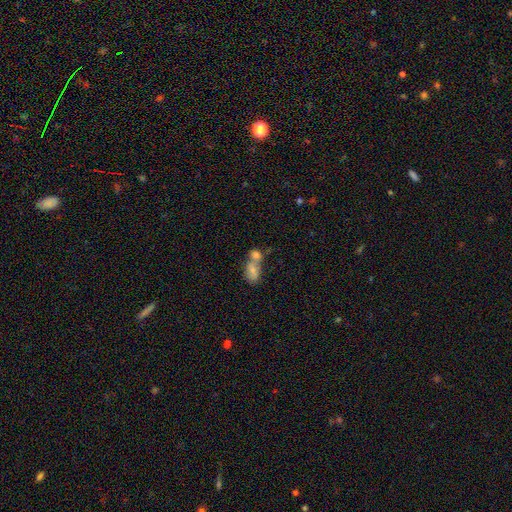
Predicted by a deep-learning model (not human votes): smooth 58%, featured or disk 22%, star or artifact 21%. Down the decision tree: how rounded — in between (72%); merging — merger (54%).